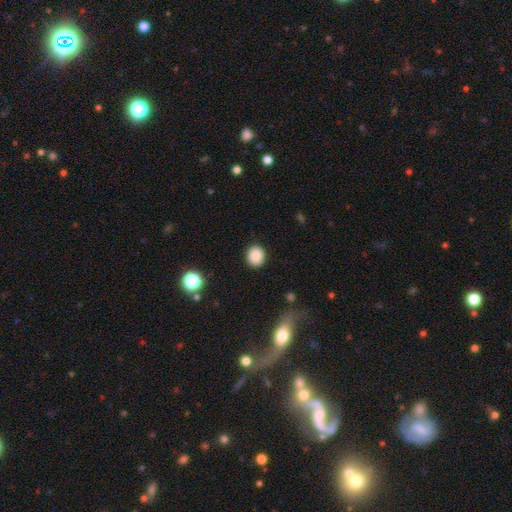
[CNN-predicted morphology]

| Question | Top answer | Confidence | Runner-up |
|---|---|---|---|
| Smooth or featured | smooth | 84% | star or artifact (9%) |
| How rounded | round | 80% | in between (19%) |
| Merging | none | 90% | minor disturbance (7%) |